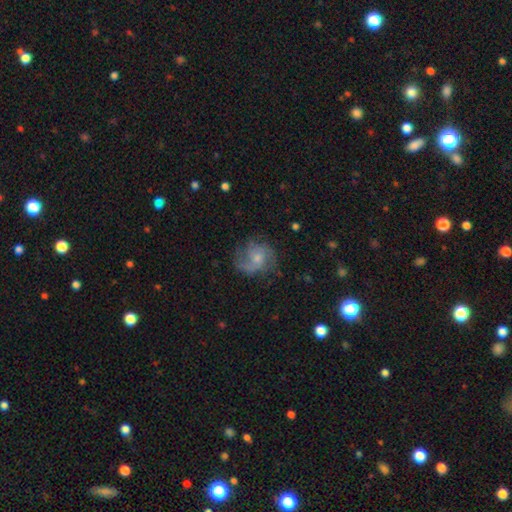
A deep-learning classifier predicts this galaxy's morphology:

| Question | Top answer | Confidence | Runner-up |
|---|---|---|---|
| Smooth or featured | featured or disk | 67% | smooth (25%) |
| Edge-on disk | no | 98% | yes (2%) |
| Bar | no | 71% | weak (26%) |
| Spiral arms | yes | 89% | no (11%) |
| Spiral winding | medium | 45% | loose (34%) |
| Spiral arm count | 2 | 38% | can't tell (21%) |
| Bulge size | small | 57% | moderate (33%) |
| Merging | none | 60% | minor disturbance (22%) |